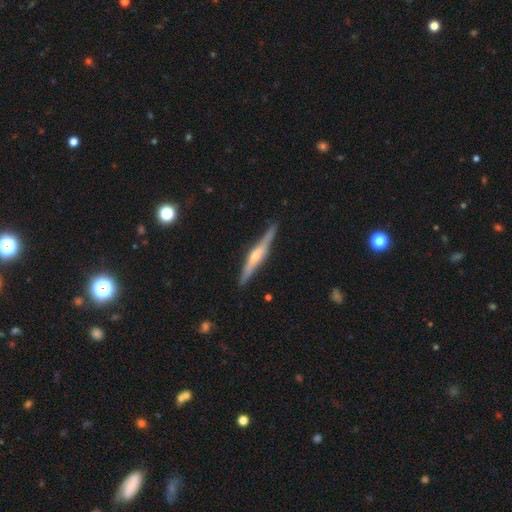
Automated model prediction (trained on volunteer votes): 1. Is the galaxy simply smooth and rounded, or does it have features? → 74% featured or disk, 21% smooth, 5% star or artifact.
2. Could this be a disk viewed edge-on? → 97% yes, 3% no.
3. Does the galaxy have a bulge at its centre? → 77% rounded, 13% boxy, 10% none.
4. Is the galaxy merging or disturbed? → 87% none, 9% minor disturbance, 2% major disturbance, 1% merger.